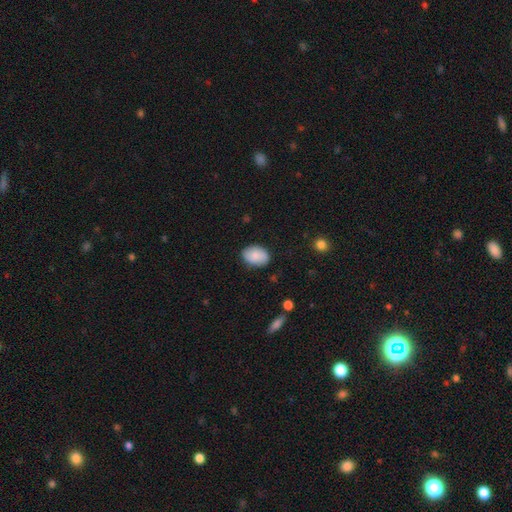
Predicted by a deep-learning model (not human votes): A smooth galaxy with no disk features (80%) that is in between round and cigar-shaped (79%). Merging: none (83%).